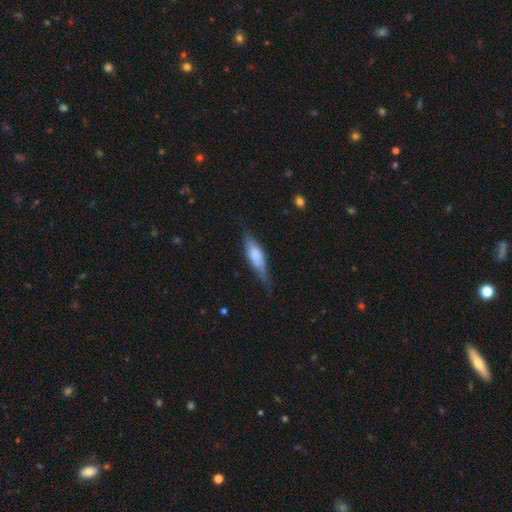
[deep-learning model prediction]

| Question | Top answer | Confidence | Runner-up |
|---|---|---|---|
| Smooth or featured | smooth | 58% | featured or disk (36%) |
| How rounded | cigar-shaped | 54% | in between (43%) |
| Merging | none | 64% | minor disturbance (27%) |